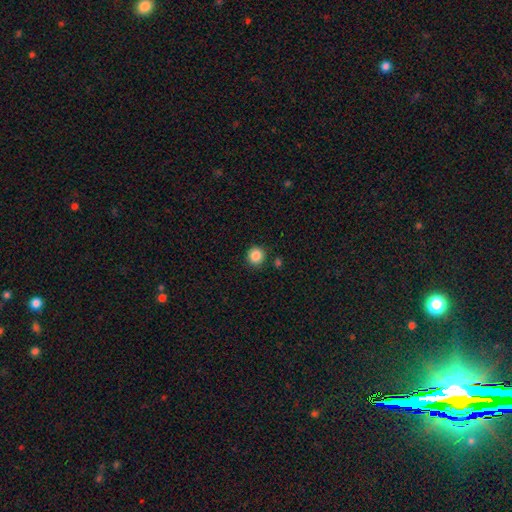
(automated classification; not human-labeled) Morphology: type=smooth (87%); roundness=round (92%); merging=none (88%).